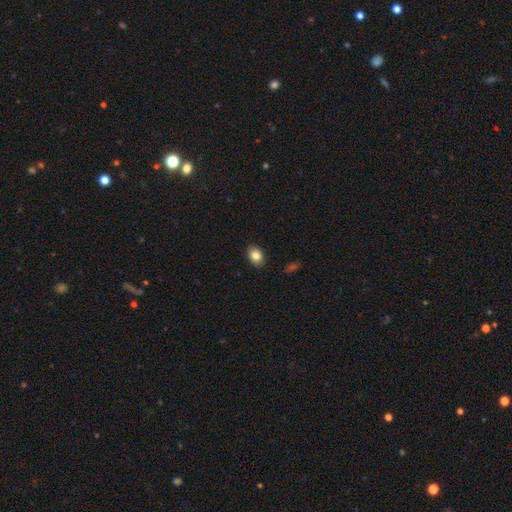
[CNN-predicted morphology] smooth_or_featured: smooth (p=0.84) [alt: star or artifact p=0.08]
how_rounded: in between (p=0.75) [alt: round p=0.24]
merging: none (p=0.88) [alt: minor disturbance p=0.09]